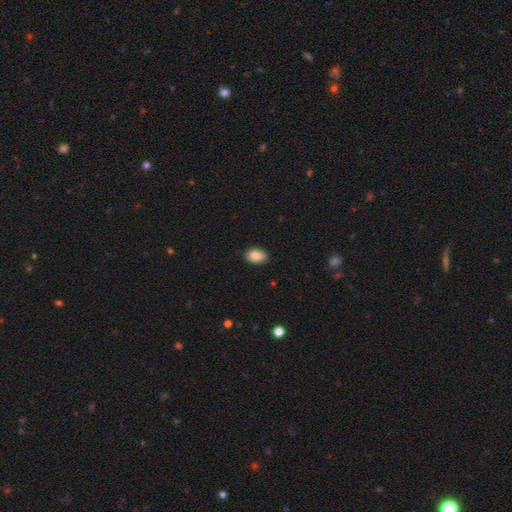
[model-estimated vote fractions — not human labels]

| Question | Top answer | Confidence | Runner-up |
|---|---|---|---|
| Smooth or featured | smooth | 88% | star or artifact (8%) |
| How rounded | in between | 89% | round (10%) |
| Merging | none | 87% | minor disturbance (10%) |